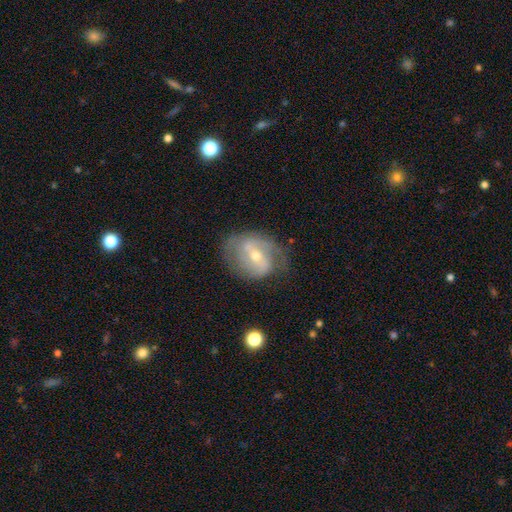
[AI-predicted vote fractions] Smooth or featured: featured or disk — 76% (smooth — 17%)
Edge-on disk: no — 96% (yes — 4%)
Bar: weak — 48% (no — 27%)
Spiral arms: yes — 87% (no — 13%)
Spiral winding: medium — 46% (tight — 30%)
Spiral arm count: 2 — 70% (can't tell — 16%)
Bulge size: moderate — 50% (small — 47%)
Merging: none — 63% (minor disturbance — 23%)